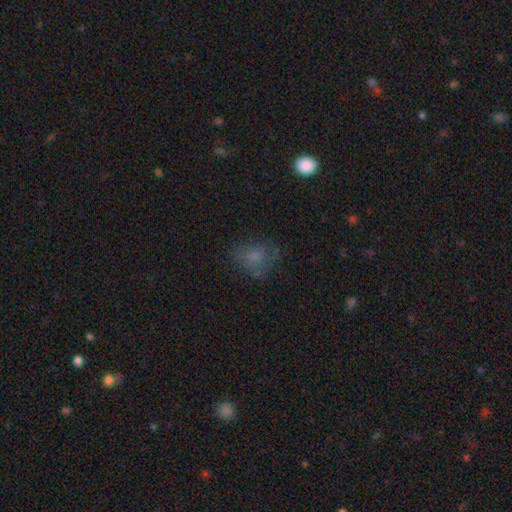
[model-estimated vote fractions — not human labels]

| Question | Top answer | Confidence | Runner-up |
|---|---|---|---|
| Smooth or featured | smooth | 61% | featured or disk (22%) |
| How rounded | round | 59% | in between (39%) |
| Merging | none | 58% | minor disturbance (23%) |